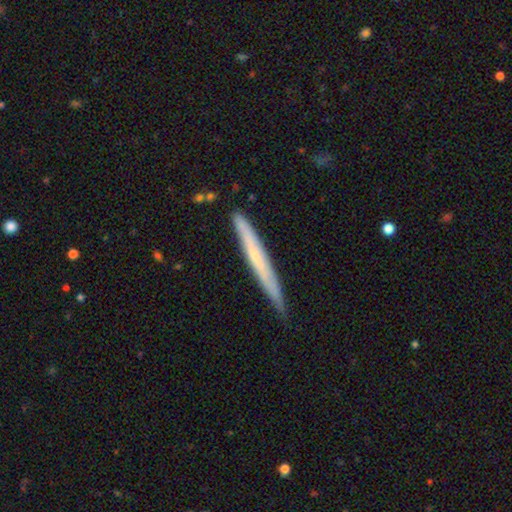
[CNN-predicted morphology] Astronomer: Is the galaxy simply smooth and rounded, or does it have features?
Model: smooth — 48% (runner-up: featured or disk, 46%).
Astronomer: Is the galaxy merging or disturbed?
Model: none — 77%.